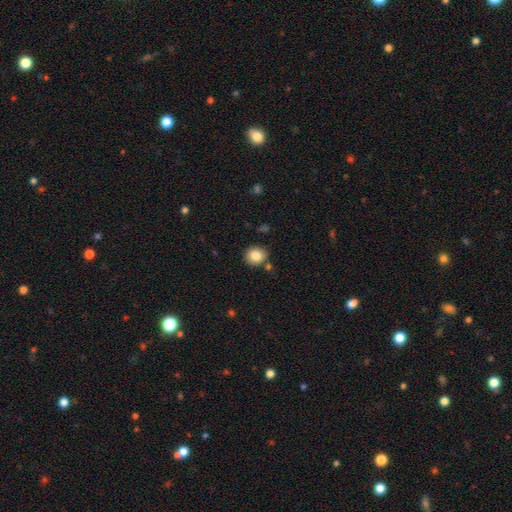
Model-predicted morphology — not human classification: Smooth or featured: smooth — 84% (star or artifact — 9%)
How rounded: round — 78% (in between — 21%)
Merging: none — 83% (minor disturbance — 10%)